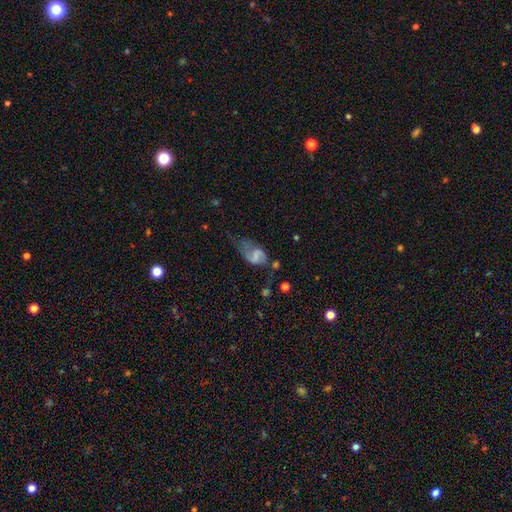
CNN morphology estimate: Smooth or featured: featured or disk — 52% (smooth — 38%)
Edge-on disk: no — 97% (yes — 3%)
Bar: weak — 47% (no — 28%)
Spiral arms: yes — 75% (no — 25%)
Bulge size: none — 44% (small — 27%)
Merging: major disturbance — 41% (minor disturbance — 27%)